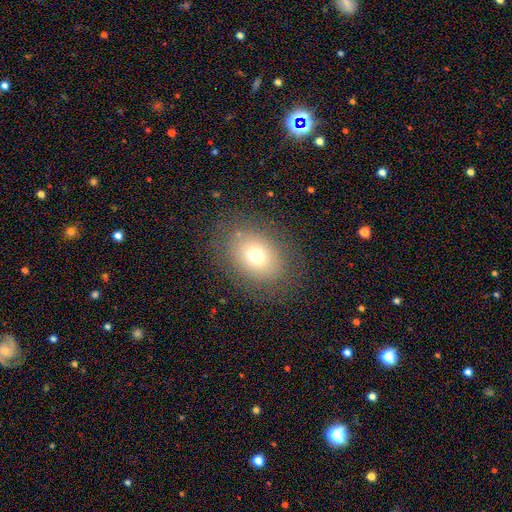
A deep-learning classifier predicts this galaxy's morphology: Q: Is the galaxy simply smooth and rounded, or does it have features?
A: smooth — 69%.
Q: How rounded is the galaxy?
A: in between — 57%.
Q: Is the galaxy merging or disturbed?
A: none — 79%.